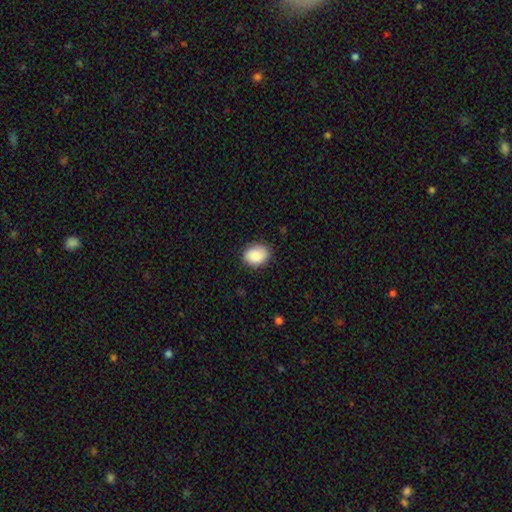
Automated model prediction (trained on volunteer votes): smooth_or_featured: smooth (p=0.89) [alt: star or artifact p=0.07]
how_rounded: in between (p=0.58) [alt: round p=0.42]
merging: none (p=0.86) [alt: minor disturbance p=0.11]